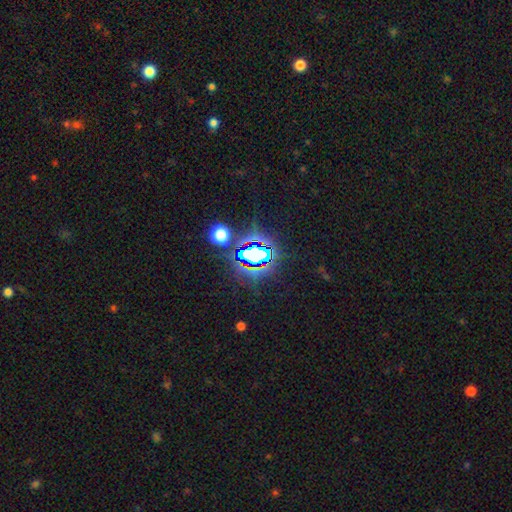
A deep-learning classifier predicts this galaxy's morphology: The model was most divided on "smooth or featured": star or artifact: 72%, smooth: 17%, featured or disk: 12%.